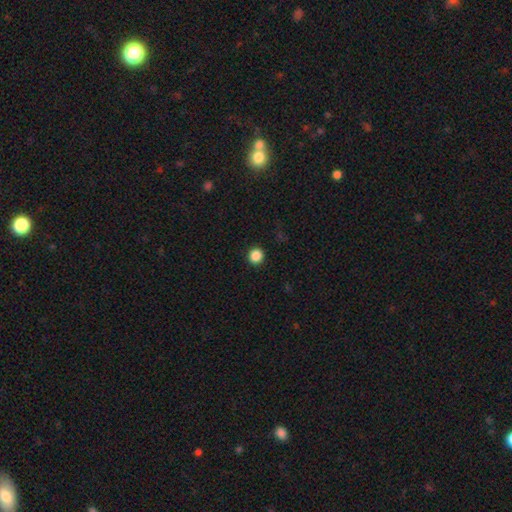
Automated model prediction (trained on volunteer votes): This is clearly a smooth galaxy (87%). How rounded: clearly round (94%). Merging: clearly none (93%).